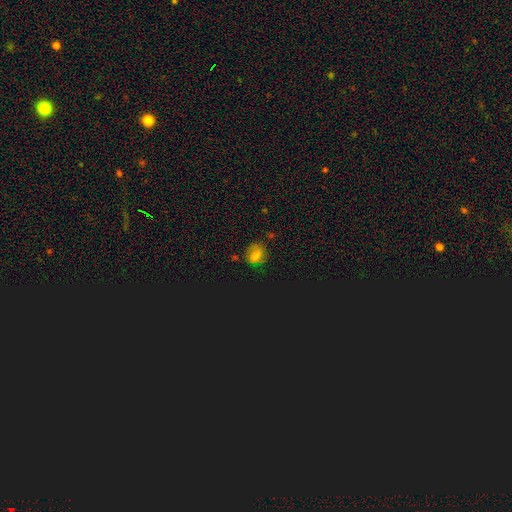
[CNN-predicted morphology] Smooth or featured?
  - smooth: 54% *
  - star or artifact: 32%
  - featured or disk: 14%
How rounded?
  - round: 55% *
  - in between: 43%
  - cigar-shaped: 2%
Merging?
  - none: 68% *
  - minor disturbance: 22%
  - major disturbance: 7%
  - merger: 4%